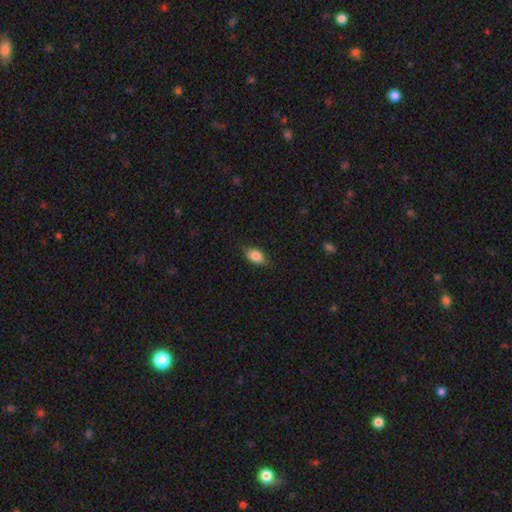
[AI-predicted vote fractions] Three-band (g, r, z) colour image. It shows a smooth galaxy with no disk features (82%) that is in between round and cigar-shaped (87%). Merging: none (82%).